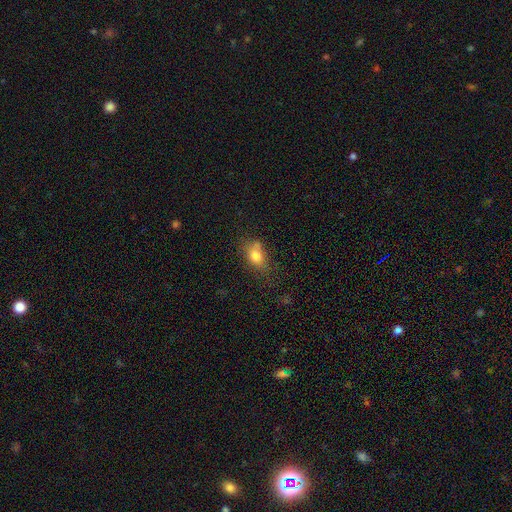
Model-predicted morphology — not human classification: smooth_or_featured: smooth (p=0.79) [alt: featured or disk p=0.11]
how_rounded: in between (p=0.77) [alt: round p=0.19]
merging: none (p=0.51) [alt: minor disturbance p=0.27]